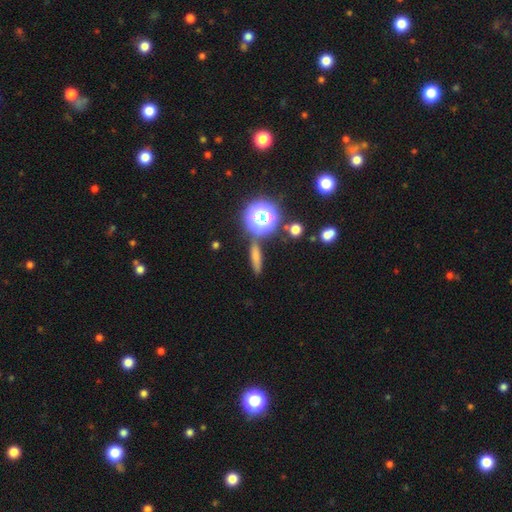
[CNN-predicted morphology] type=smooth (63%); roundness=cigar-shaped (61%); merging=none (78%).